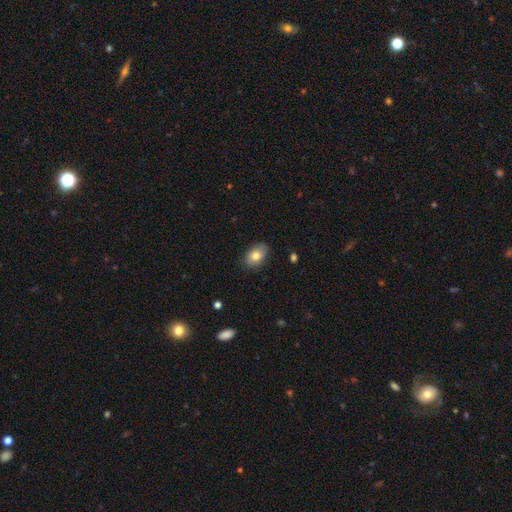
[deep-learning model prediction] Smooth or featured?
  - smooth: 79% *
  - featured or disk: 13%
  - star or artifact: 8%
How rounded?
  - in between: 86% *
  - round: 13%
  - cigar-shaped: 1%
Merging?
  - none: 83% *
  - minor disturbance: 13%
  - major disturbance: 2%
  - merger: 1%